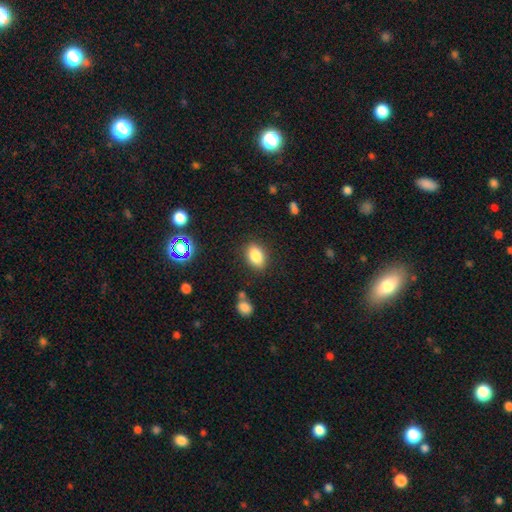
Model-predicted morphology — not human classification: Smooth or featured? smooth (84%)
How rounded? in between (81%)
Merging? none (84%)